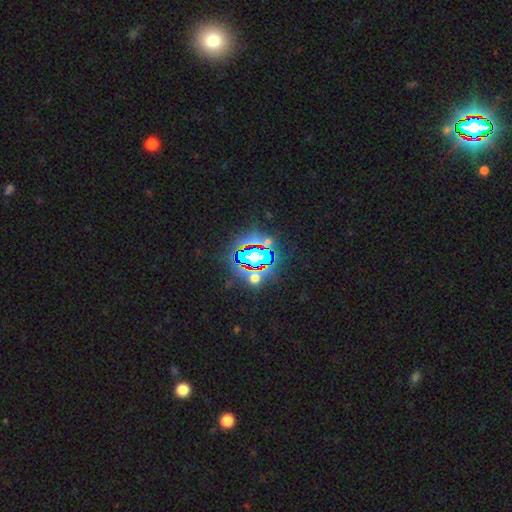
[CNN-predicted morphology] A star or artifact, not a galaxy (71%).